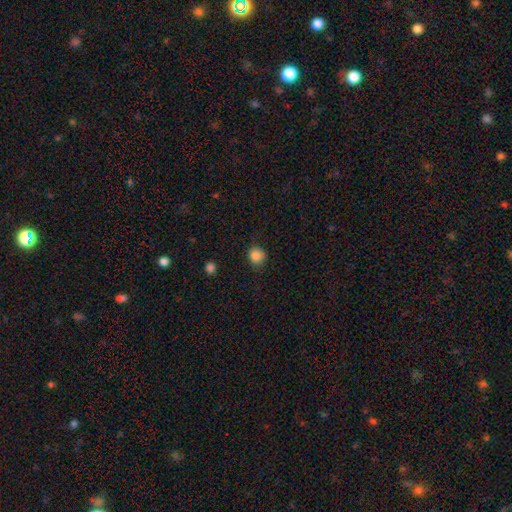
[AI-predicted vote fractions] This appears to be a smooth galaxy with no disk features (86%) that is round (80%). Merging: none (81%).